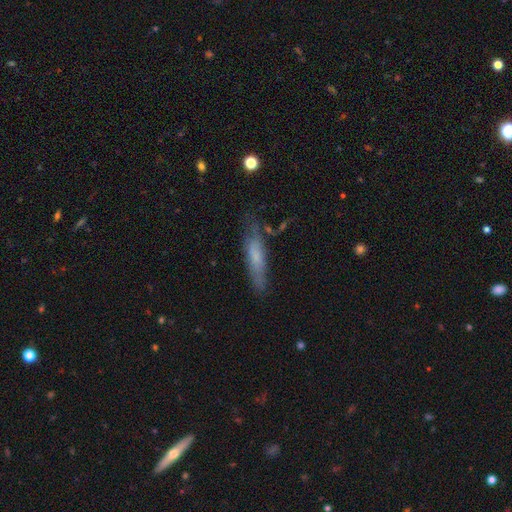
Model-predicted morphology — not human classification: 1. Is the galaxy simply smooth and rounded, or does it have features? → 61% smooth, 31% featured or disk, 8% star or artifact.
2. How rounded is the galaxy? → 78% cigar-shaped, 21% in between, 2% round.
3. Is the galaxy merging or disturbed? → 66% none, 23% minor disturbance, 8% major disturbance, 3% merger.